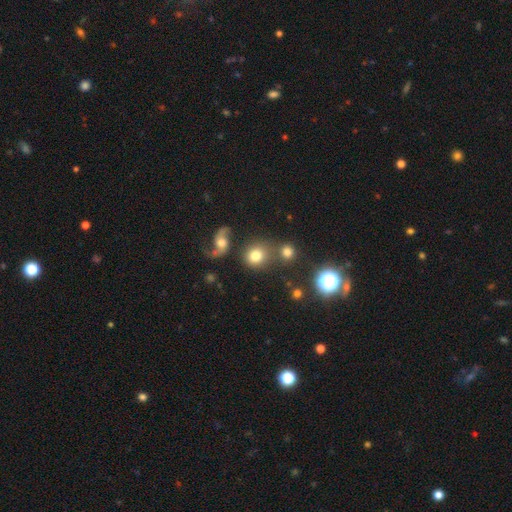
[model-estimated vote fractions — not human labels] The model was most divided on "merging": none: 65%, merger: 18%, minor disturbance: 11%, major disturbance: 6%. More confident: how rounded — round (82%); smooth or featured — smooth (74%).